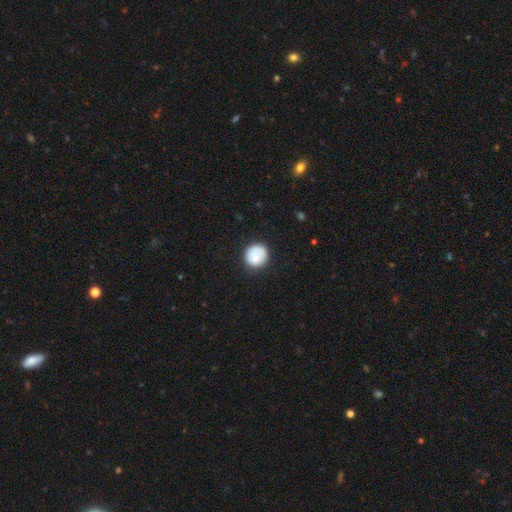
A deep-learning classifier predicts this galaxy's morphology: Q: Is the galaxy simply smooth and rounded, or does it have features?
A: smooth — 76%.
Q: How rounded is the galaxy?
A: round — 90%.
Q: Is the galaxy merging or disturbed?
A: none — 79%.